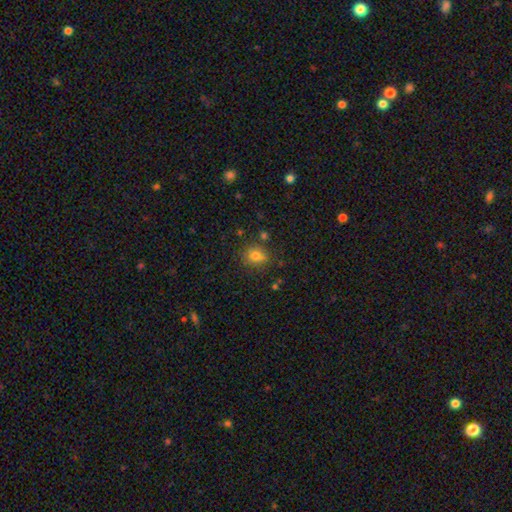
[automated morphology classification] Smooth or featured?
  - smooth: 77% *
  - star or artifact: 13%
  - featured or disk: 10%
How rounded?
  - round: 53% *
  - in between: 46%
  - cigar-shaped: 2%
Merging?
  - none: 75% *
  - minor disturbance: 16%
  - merger: 5%
  - major disturbance: 4%